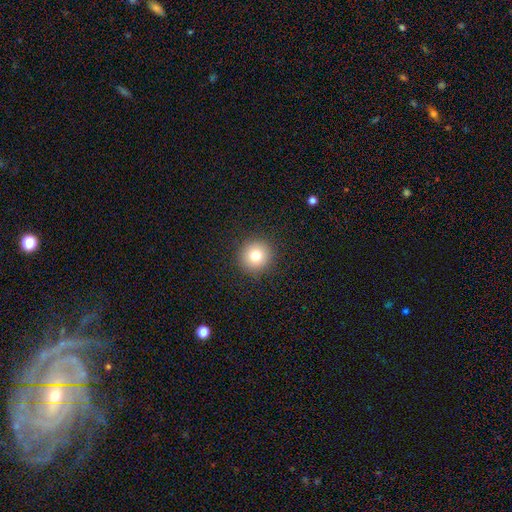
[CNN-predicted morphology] Smooth or featured?
  - smooth: 79% *
  - star or artifact: 12%
  - featured or disk: 9%
How rounded?
  - round: 95% *
  - in between: 4%
  - cigar-shaped: 1%
Merging?
  - none: 92% *
  - minor disturbance: 5%
  - major disturbance: 2%
  - merger: 1%